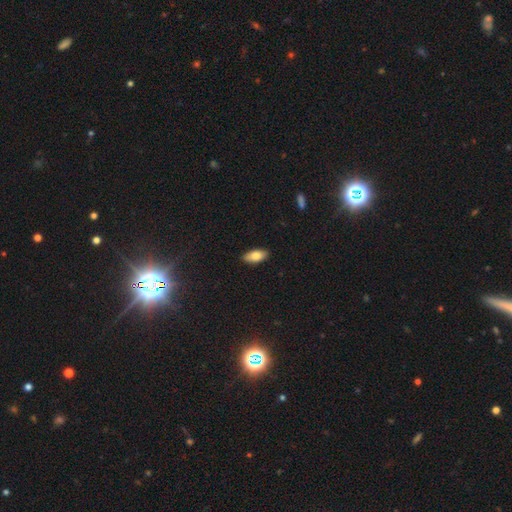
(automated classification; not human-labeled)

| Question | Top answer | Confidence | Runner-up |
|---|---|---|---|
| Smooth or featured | smooth | 80% | featured or disk (13%) |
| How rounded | in between | 89% | cigar-shaped (9%) |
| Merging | none | 88% | minor disturbance (9%) |